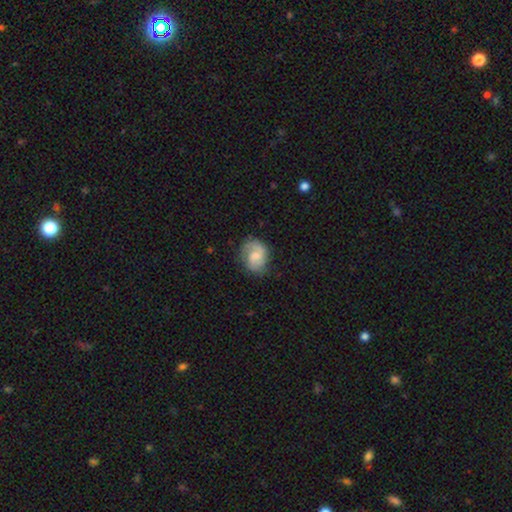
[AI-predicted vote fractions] This is possibly a featured or disk galaxy (56%). It is clearly not viewed edge-on (97%). Bar: possibly no (57%). Spiral arm pattern: clearly yes (89%). Central bulge: possibly small (46%). Merging: likely none (69%).